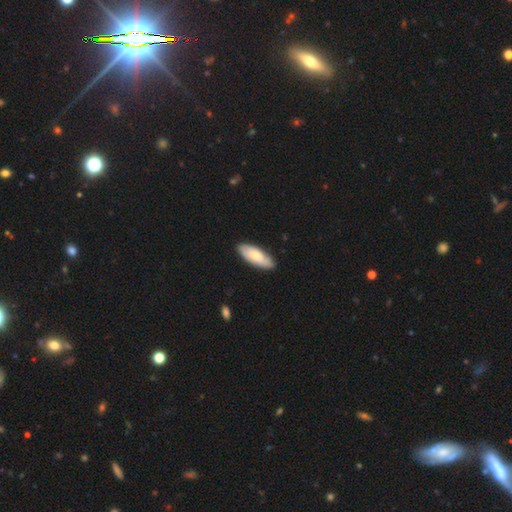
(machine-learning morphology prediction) A smooth galaxy with no disk features (65%) that is in between round and cigar-shaped (78%).

Vote fractions:
- Smooth or featured? smooth: 65% / featured or disk: 30% / star or artifact: 5%
- How rounded? in between: 78% / cigar-shaped: 20% / round: 2%
- Merging? none: 86% / minor disturbance: 11% / major disturbance: 2% / merger: 1%